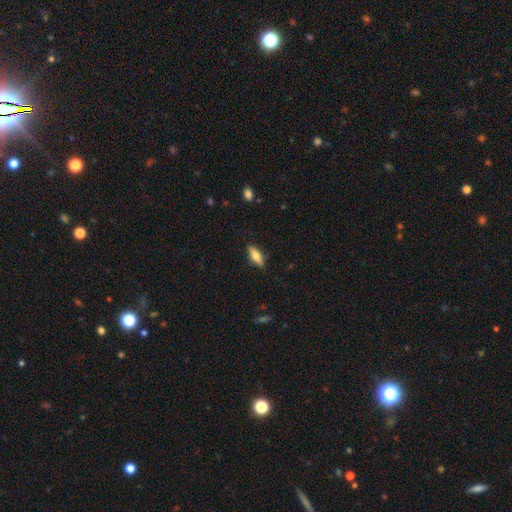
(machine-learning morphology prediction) Smooth or featured? smooth (69%)
How rounded? in between (67%)
Merging? none (83%)